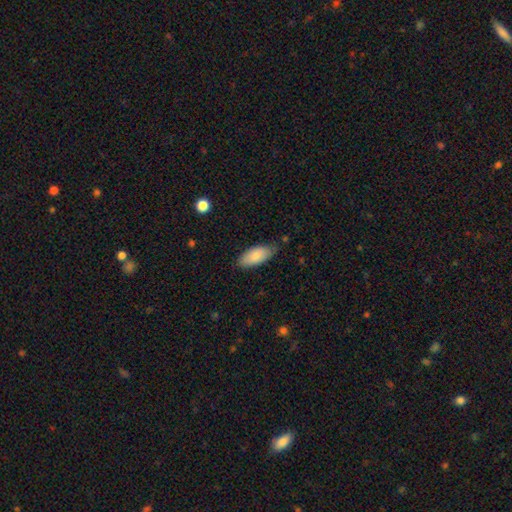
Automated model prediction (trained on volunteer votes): smooth 84%, featured or disk 10%, star or artifact 6%. Down the decision tree: how rounded — in between (88%); merging — none (76%).